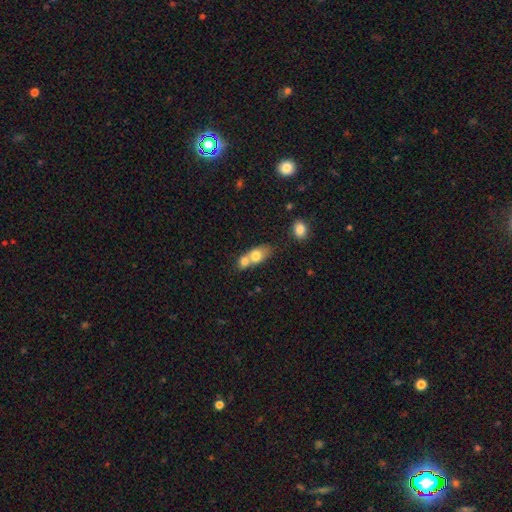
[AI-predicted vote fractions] smooth 72%, featured or disk 20%, star or artifact 8%. Down the decision tree: how rounded — in between (63%); merging — merger (69%).